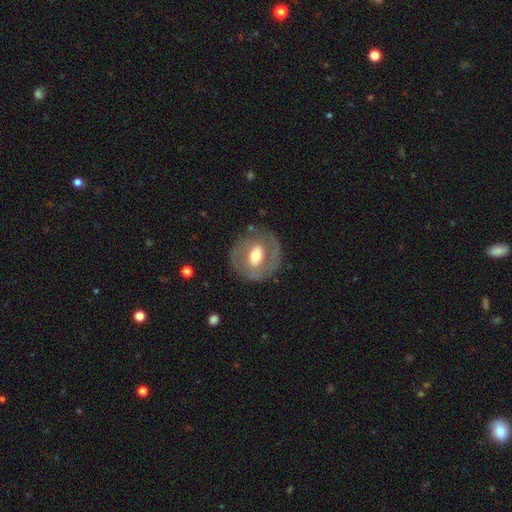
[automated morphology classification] Q: Smooth or featured?
A: featured or disk (63%); runner-up: smooth (31%)
Q: Edge-on disk?
A: no (95%); runner-up: yes (5%)
Q: Bar?
A: weak (39%); runner-up: no (34%)
Q: Spiral arms?
A: no (54%); runner-up: yes (46%)
Q: Bulge size?
A: moderate (66%); runner-up: large (17%)
Q: Merging?
A: none (75%); runner-up: minor disturbance (15%)